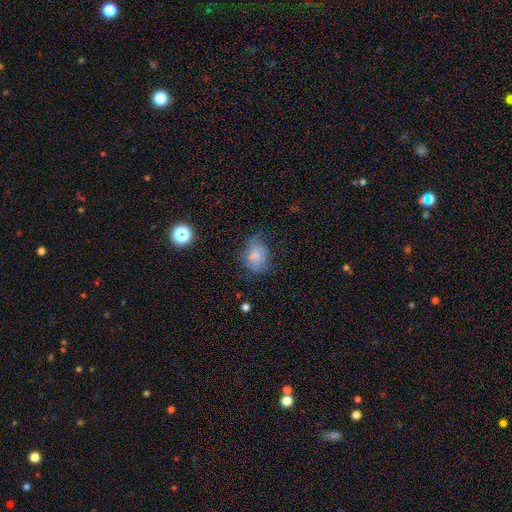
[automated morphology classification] The model was most divided on "how rounded": in between: 56%, round: 42%, cigar-shaped: 1%. More confident: smooth or featured — smooth (63%); merging — none (51%).